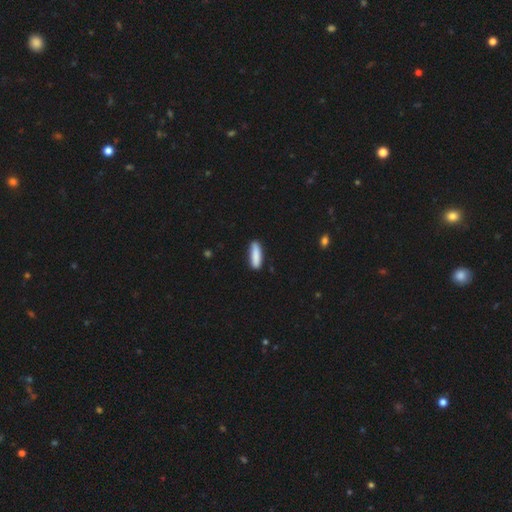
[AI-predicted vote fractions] This is clearly a smooth galaxy (87%). How rounded: likely cigar-shaped (65%). Merging: clearly none (86%).